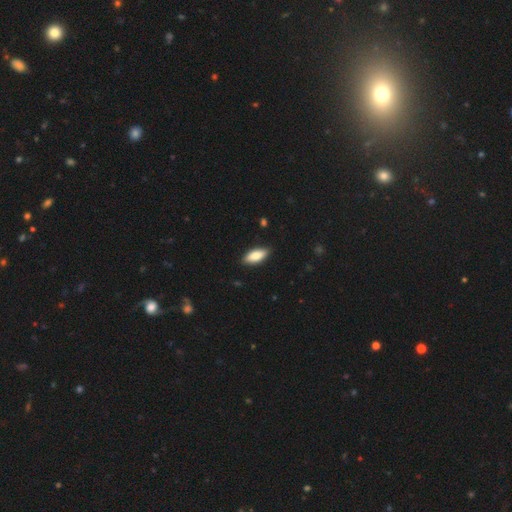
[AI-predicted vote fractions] The model was most divided on "how rounded": in between: 82%, cigar-shaped: 16%, round: 2%. More confident: merging — none (86%); smooth or featured — smooth (83%).